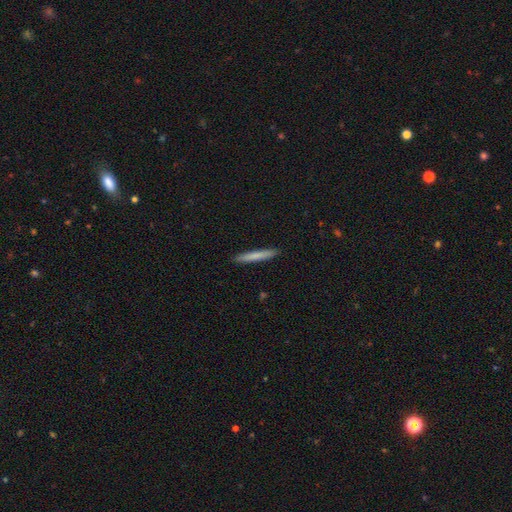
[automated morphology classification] A smooth galaxy with no disk features (77%) that is cigar-shaped (96%).

Vote fractions:
- Smooth or featured? smooth: 77% / featured or disk: 17% / star or artifact: 6%
- How rounded? cigar-shaped: 96% / in between: 3% / round: 1%
- Merging? none: 92% / minor disturbance: 6% / major disturbance: 1% / merger: 1%